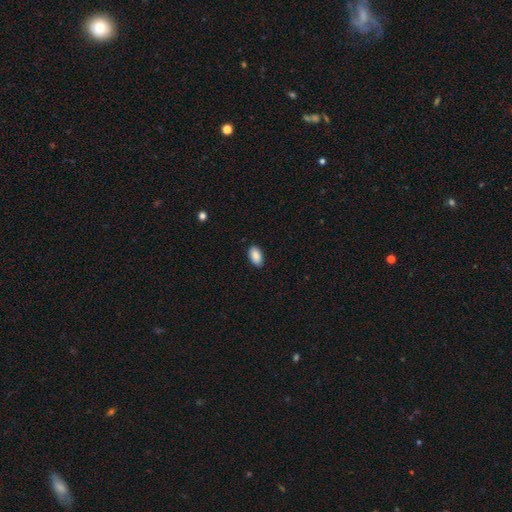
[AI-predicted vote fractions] This is clearly a smooth galaxy (89%). How rounded: clearly in between (94%). Merging: clearly none (88%).